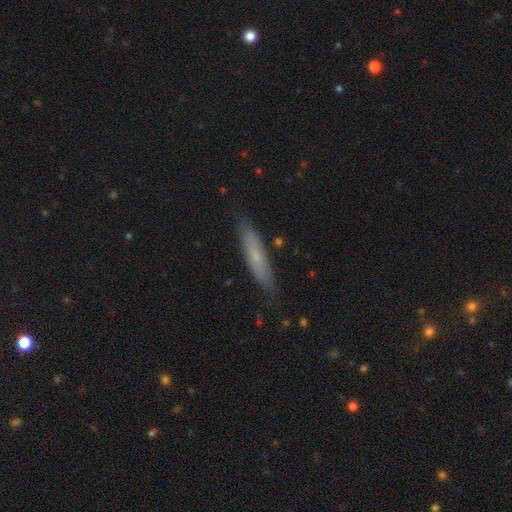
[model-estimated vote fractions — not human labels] Smooth or featured: smooth — 59% (featured or disk — 34%)
How rounded: cigar-shaped — 88% (in between — 10%)
Merging: none — 84% (minor disturbance — 12%)